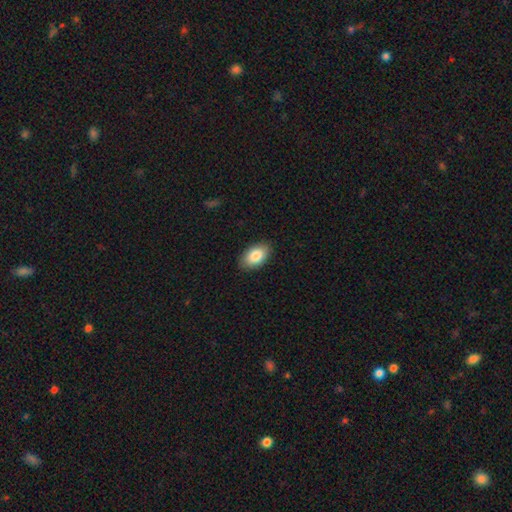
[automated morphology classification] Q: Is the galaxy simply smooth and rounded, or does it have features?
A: smooth — 86%.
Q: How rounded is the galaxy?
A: in between — 93%.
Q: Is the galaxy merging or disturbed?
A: none — 88%.